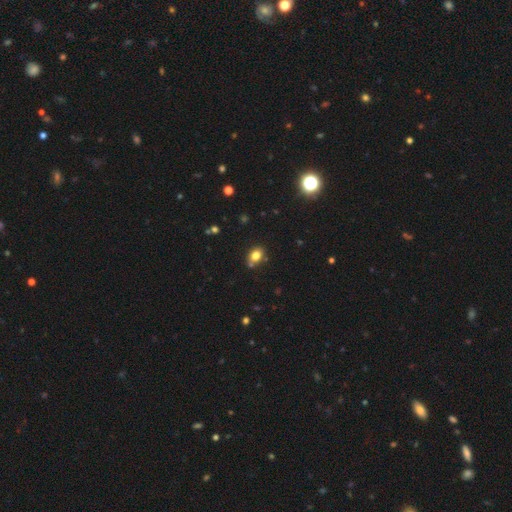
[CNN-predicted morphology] smooth-or-featured: smooth: 79% | star or artifact: 12% | featured or disk: 9%
  how-rounded: in between: 64% | round: 35% | cigar-shaped: 1%
  merging: none: 73% | minor disturbance: 15% | merger: 9% | major disturbance: 3%